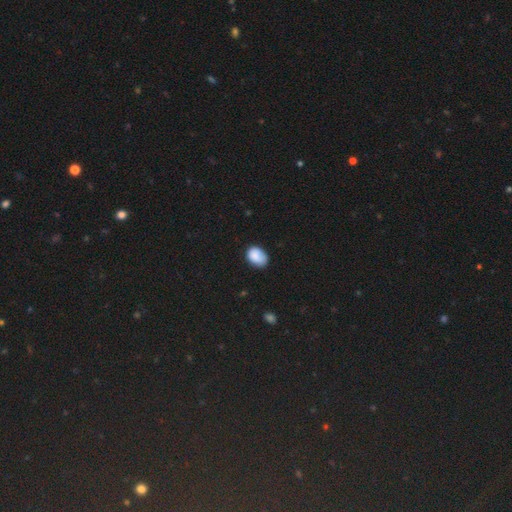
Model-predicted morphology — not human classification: Smooth or featured: smooth — 86% (star or artifact — 8%)
How rounded: in between — 76% (round — 23%)
Merging: none — 66% (minor disturbance — 27%)